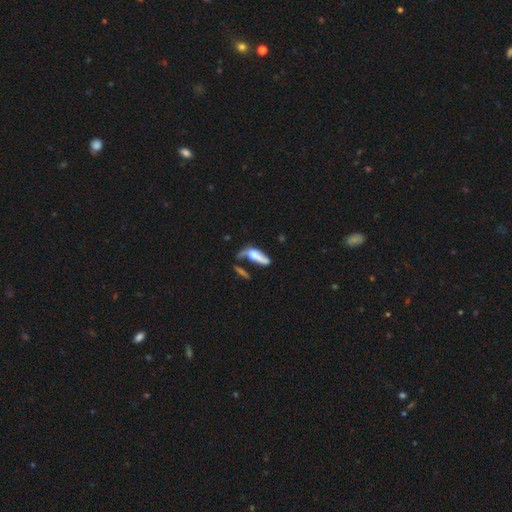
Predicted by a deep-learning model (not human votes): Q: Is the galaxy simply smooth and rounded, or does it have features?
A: smooth — 54%.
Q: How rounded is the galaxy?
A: in between — 54%.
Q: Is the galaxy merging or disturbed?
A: merger — 30%.